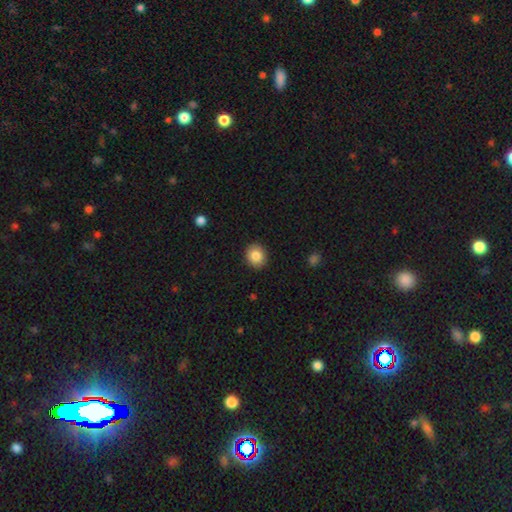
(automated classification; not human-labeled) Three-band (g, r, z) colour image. It shows a smooth galaxy with no disk features (85%) that is round (72%). Merging: none (90%).